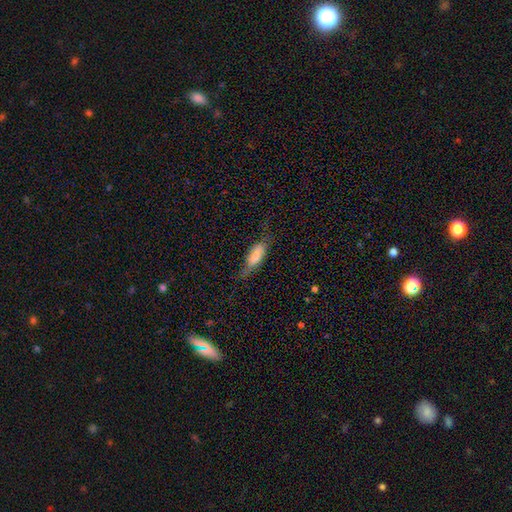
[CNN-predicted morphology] Smooth or featured? smooth (70%)
How rounded? in between (67%)
Merging? none (49%)